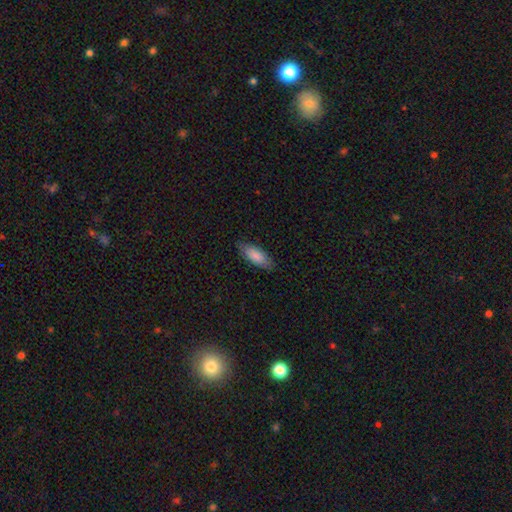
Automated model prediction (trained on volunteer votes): Smooth or featured? Predicted: smooth (p=0.84). How rounded? Predicted: in between (p=0.73). Merging? Predicted: none (p=0.83).